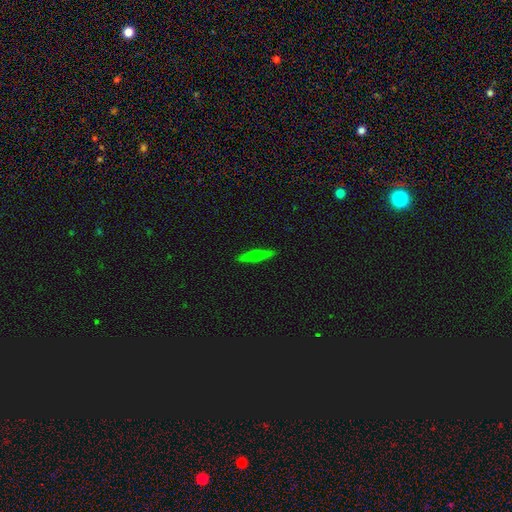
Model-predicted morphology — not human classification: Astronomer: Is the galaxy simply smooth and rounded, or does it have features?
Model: smooth — 47%, tied with featured or disk at 47%.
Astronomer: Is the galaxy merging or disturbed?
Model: none — 91%.